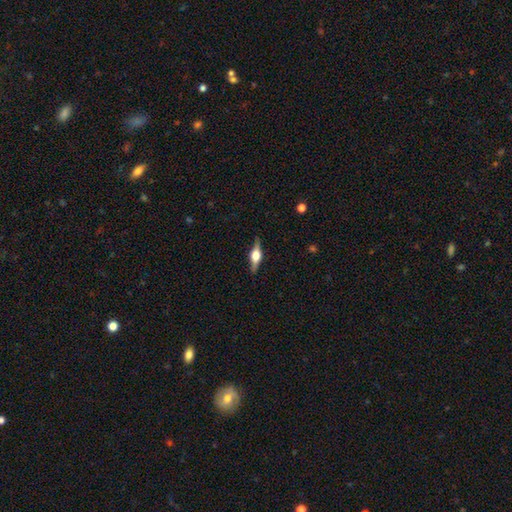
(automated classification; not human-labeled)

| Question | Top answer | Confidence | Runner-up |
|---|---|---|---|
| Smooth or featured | featured or disk | 70% | smooth (24%) |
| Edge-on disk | yes | 96% | no (4%) |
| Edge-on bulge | rounded | 92% | boxy (6%) |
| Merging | none | 87% | minor disturbance (10%) |